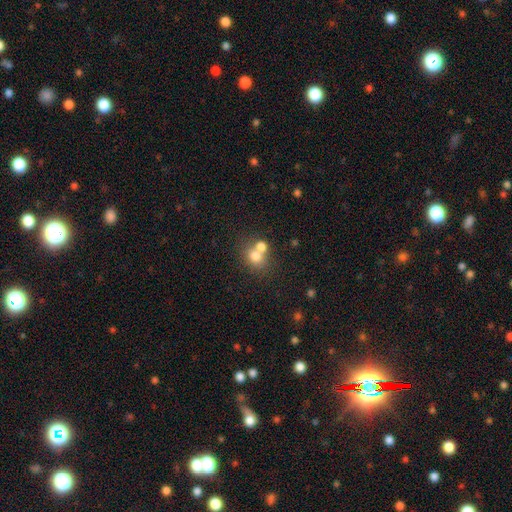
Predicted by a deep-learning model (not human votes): Smooth or featured? smooth (74%)
How rounded? round (73%)
Merging? merger (48%)